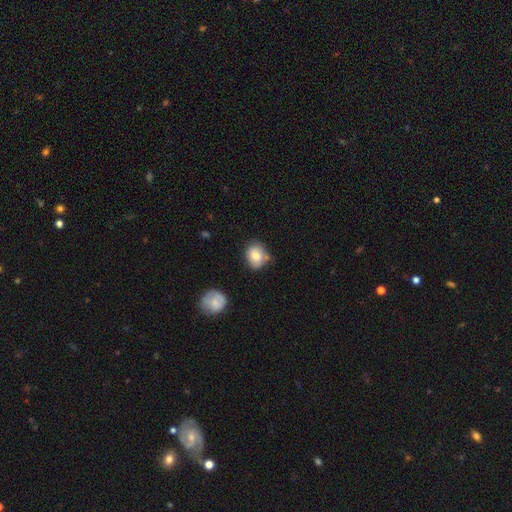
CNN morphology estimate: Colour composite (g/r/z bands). It shows a smooth galaxy with no disk features (79%) that is round (54%). Merging: none (64%).